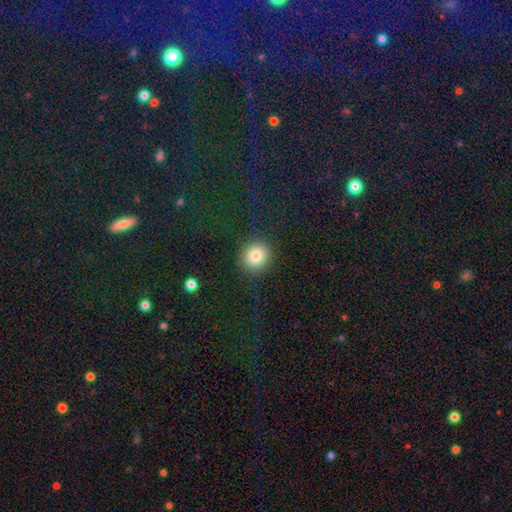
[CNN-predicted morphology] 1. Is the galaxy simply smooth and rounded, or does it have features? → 82% smooth, 10% star or artifact, 7% featured or disk.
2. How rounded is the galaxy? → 84% round, 15% in between, 1% cigar-shaped.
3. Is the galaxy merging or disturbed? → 88% none, 7% minor disturbance, 3% major disturbance, 1% merger.